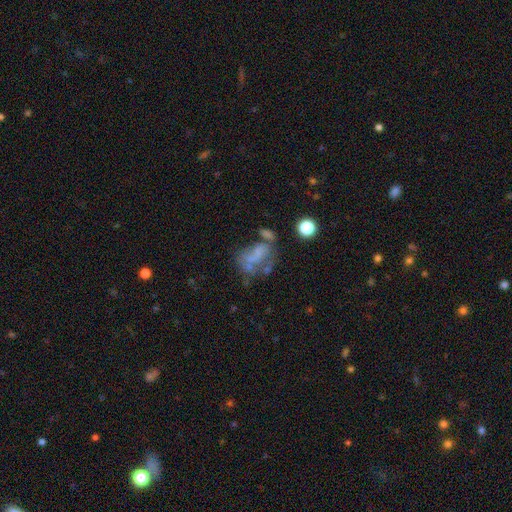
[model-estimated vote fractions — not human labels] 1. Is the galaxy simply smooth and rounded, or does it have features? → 45% featured or disk, 35% smooth, 21% star or artifact.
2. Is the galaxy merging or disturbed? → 32% major disturbance, 27% none, 24% merger, 17% minor disturbance.